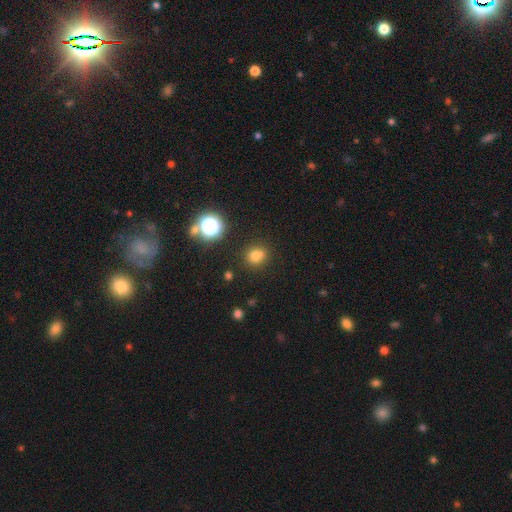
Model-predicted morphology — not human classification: smooth_or_featured: smooth (p=0.73) [alt: star or artifact p=0.19]
how_rounded: round (p=0.78) [alt: in between p=0.20]
merging: none (p=0.72) [alt: minor disturbance p=0.12]